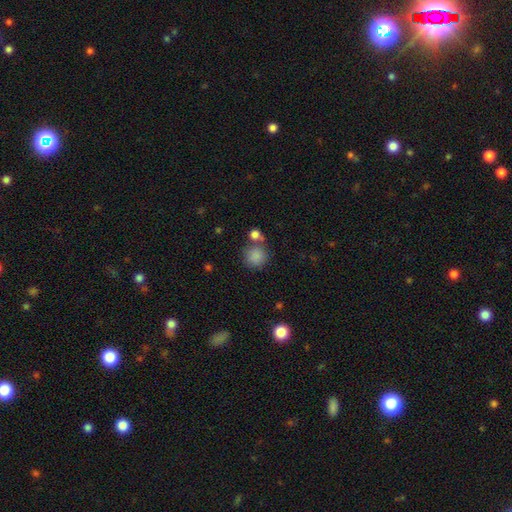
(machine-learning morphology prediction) Smooth or featured?
  - smooth: 85% *
  - star or artifact: 10%
  - featured or disk: 5%
How rounded?
  - round: 89% *
  - in between: 10%
  - cigar-shaped: 1%
Merging?
  - none: 63% *
  - merger: 20%
  - minor disturbance: 12%
  - major disturbance: 5%